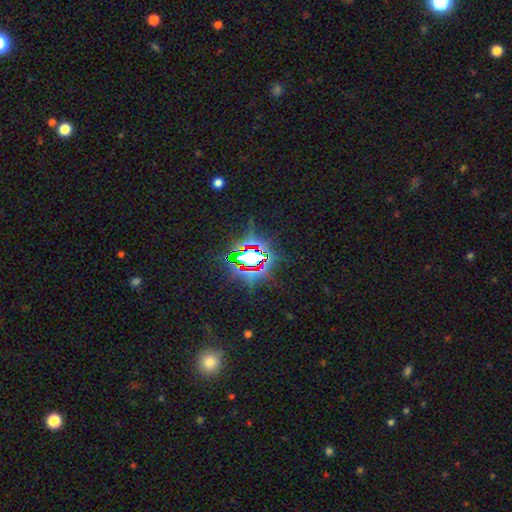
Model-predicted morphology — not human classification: Smooth or featured? star or artifact (76%)